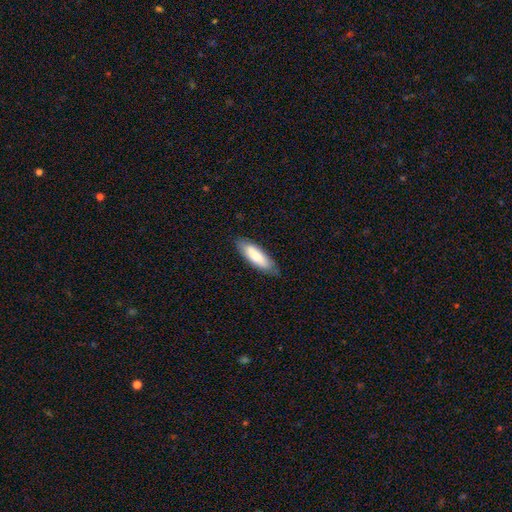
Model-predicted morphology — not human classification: Smooth or featured? Predicted: smooth (p=0.80). How rounded? Predicted: cigar-shaped (p=0.50). Merging? Predicted: none (p=0.83).